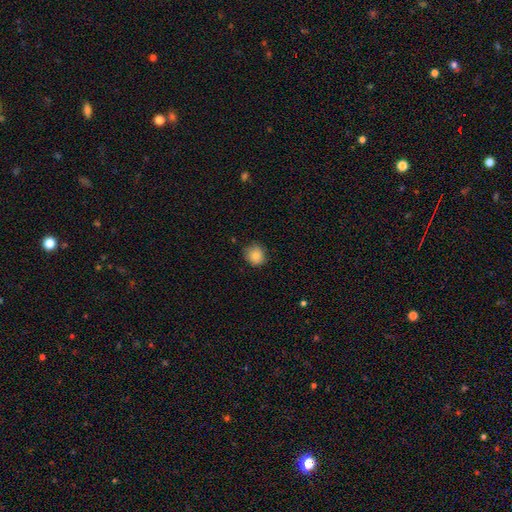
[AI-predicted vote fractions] A smooth galaxy with no disk features (87%) that is round (82%).

Vote fractions:
- Smooth or featured? smooth: 87% / star or artifact: 9% / featured or disk: 5%
- How rounded? round: 82% / in between: 17% / cigar-shaped: 1%
- Merging? none: 76% / minor disturbance: 19% / major disturbance: 3% / merger: 1%